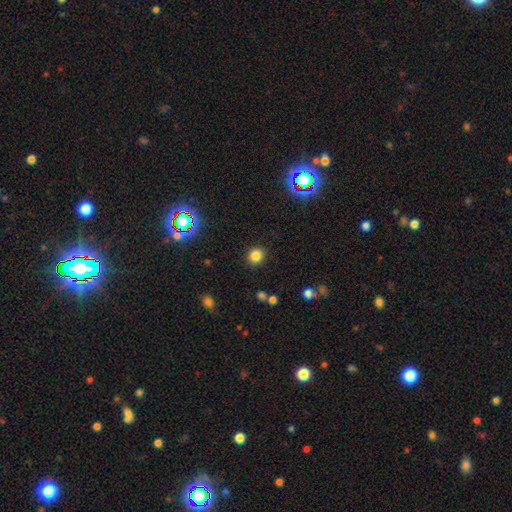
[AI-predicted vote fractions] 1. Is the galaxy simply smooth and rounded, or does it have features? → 82% smooth, 13% star or artifact, 5% featured or disk.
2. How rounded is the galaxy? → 86% round, 13% in between, 1% cigar-shaped.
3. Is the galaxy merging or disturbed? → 90% none, 6% minor disturbance, 2% major disturbance, 2% merger.